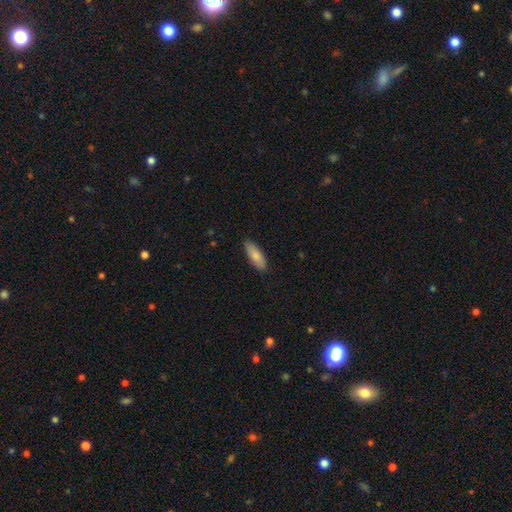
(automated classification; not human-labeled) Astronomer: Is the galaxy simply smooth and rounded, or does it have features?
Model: smooth — 83%.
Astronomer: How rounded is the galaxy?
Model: in between — 67%.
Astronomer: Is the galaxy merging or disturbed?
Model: none — 87%.